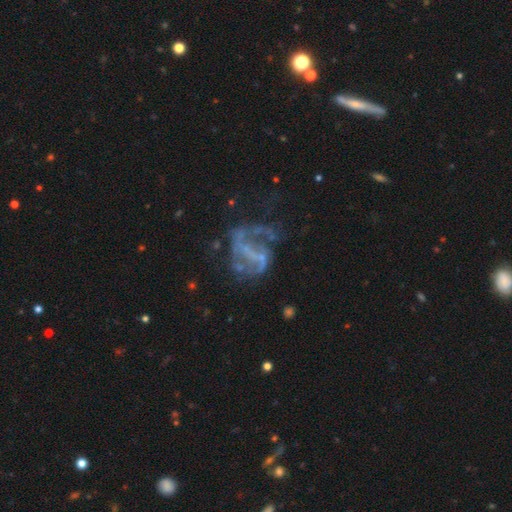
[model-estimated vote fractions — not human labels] A featured or disk galaxy (78%) with a weak bar (37%), 2 (66%) loose (54%) spiral arms (71%) and no central bulge (60%). Merging: none (44%).